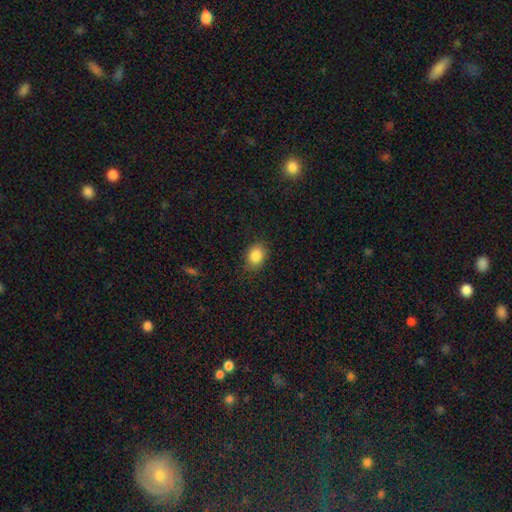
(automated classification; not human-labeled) smooth-or-featured: smooth: 86% | star or artifact: 9% | featured or disk: 5%
  how-rounded: in between: 55% | round: 43% | cigar-shaped: 1%
  merging: none: 84% | minor disturbance: 12% | major disturbance: 3% | merger: 1%